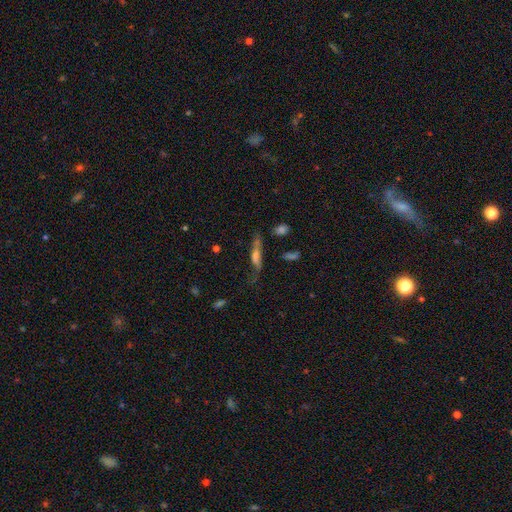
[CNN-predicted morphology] Smooth or featured? Predicted: featured or disk (p=0.47). Merging? Predicted: none (p=0.48).